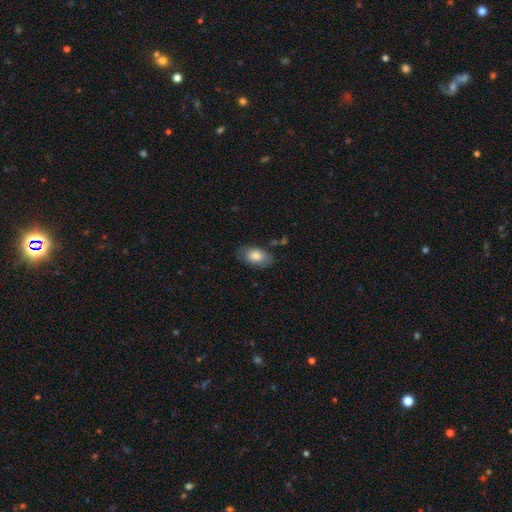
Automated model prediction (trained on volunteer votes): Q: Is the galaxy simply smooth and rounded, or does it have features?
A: smooth — 77%.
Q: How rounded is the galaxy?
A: in between — 92%.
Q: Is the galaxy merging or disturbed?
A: none — 73%.